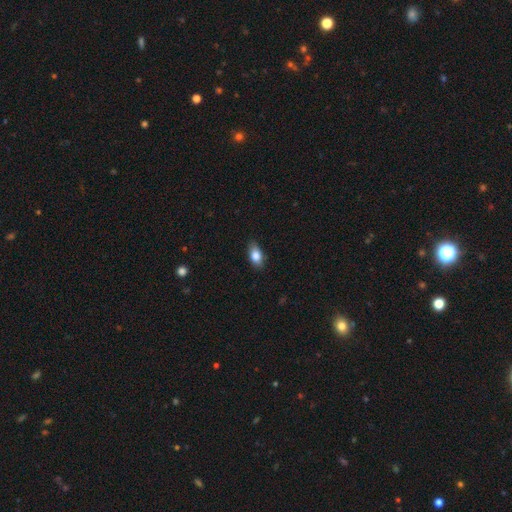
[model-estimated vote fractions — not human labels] Smooth or featured? smooth (83%)
How rounded? in between (87%)
Merging? none (79%)